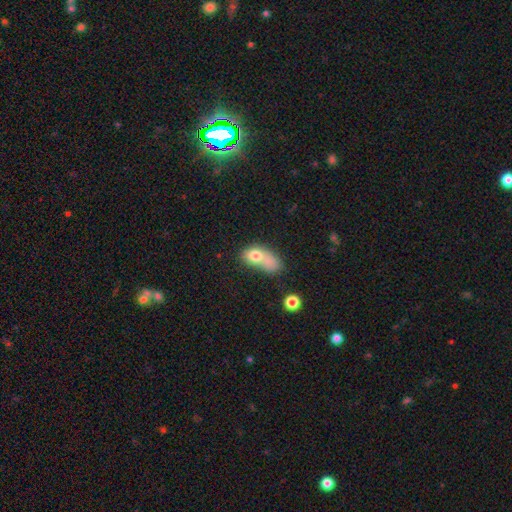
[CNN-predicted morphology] The model was most divided on "merging": merger: 45%, major disturbance: 21%, none: 18%, minor disturbance: 16%. More confident: how rounded — in between (77%); smooth or featured — smooth (72%).